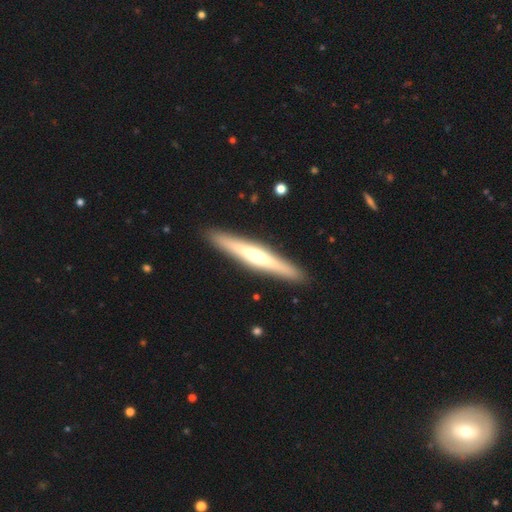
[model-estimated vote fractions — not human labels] featured or disk 64%, smooth 31%, star or artifact 5%. Down the decision tree: edge-on disk — yes (96%); edge-on bulge — rounded (75%); merging — none (91%).